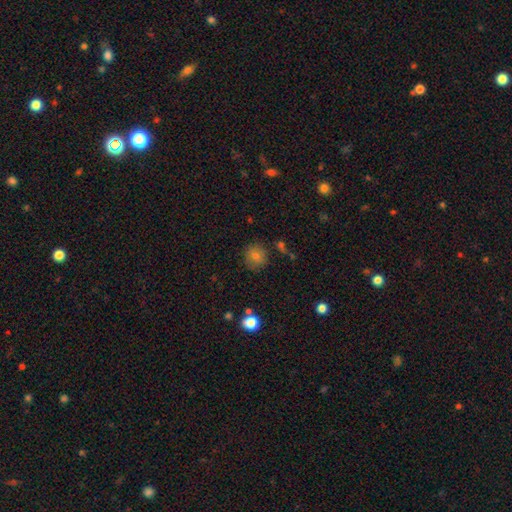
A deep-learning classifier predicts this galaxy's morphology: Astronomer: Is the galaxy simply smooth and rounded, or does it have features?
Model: smooth — 73%.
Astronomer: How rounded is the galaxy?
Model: round — 89%.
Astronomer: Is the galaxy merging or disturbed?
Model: none — 83%.